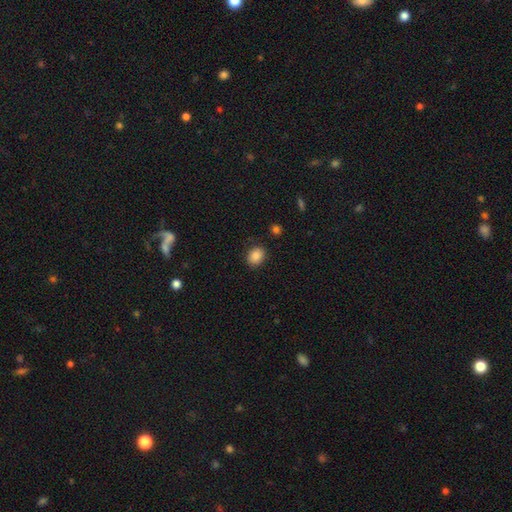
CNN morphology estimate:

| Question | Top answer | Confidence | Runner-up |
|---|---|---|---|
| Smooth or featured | smooth | 85% | star or artifact (9%) |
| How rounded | round | 50% | in between (49%) |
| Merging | none | 86% | minor disturbance (10%) |